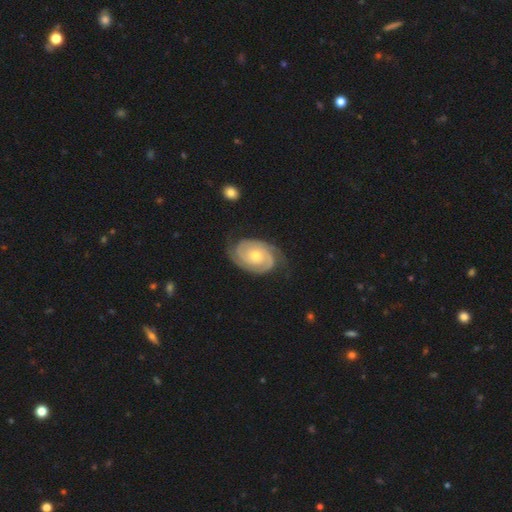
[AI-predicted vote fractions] Morphology: type=featured or disk (89%); edge-on=no (97%); bar=no (75%); spiral arms=yes (97%); winding=tight (70%); arm count=2 (82%); bulge=small (48%, tied with moderate); merging=none (76%).